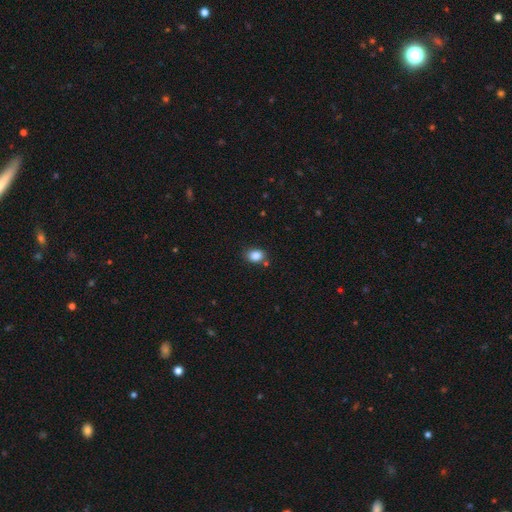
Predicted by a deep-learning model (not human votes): smooth_or_featured: smooth (p=0.85) [alt: star or artifact p=0.10]
how_rounded: in between (p=0.58) [alt: round p=0.41]
merging: none (p=0.77) [alt: minor disturbance p=0.13]